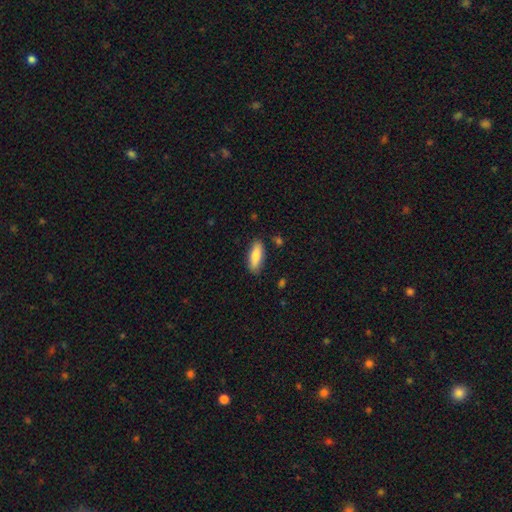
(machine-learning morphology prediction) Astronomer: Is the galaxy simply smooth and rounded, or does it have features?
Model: smooth — 80%.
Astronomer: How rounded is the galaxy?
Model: in between — 64%.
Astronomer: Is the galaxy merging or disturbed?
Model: none — 85%.